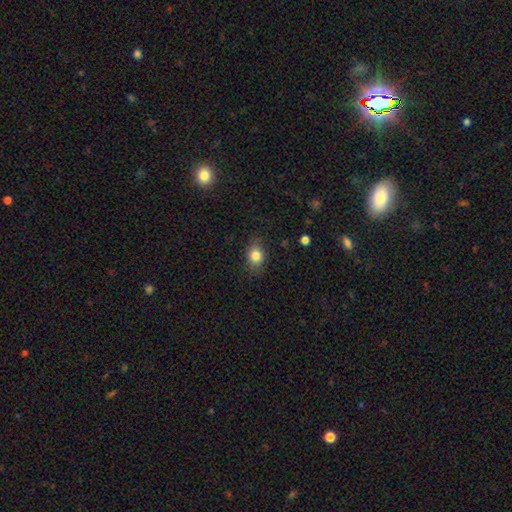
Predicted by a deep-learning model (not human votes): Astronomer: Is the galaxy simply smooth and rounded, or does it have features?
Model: smooth — 82%.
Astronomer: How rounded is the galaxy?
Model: in between — 54% (runner-up: round, 44%).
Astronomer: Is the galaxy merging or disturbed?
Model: none — 79%.